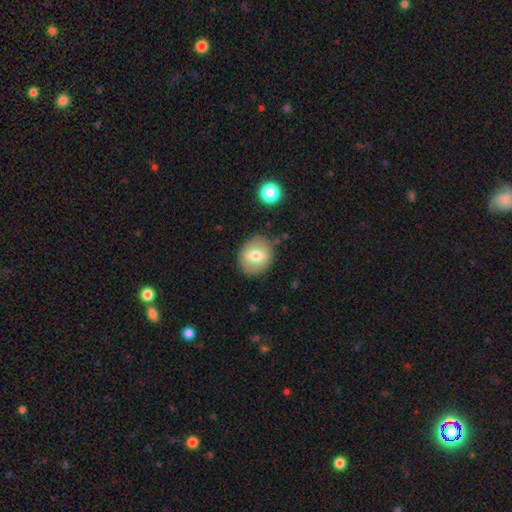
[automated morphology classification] Smooth or featured?
  - smooth: 64% *
  - featured or disk: 28%
  - star or artifact: 8%
How rounded?
  - round: 69% *
  - in between: 29%
  - cigar-shaped: 1%
Merging?
  - none: 83% *
  - minor disturbance: 11%
  - major disturbance: 4%
  - merger: 2%